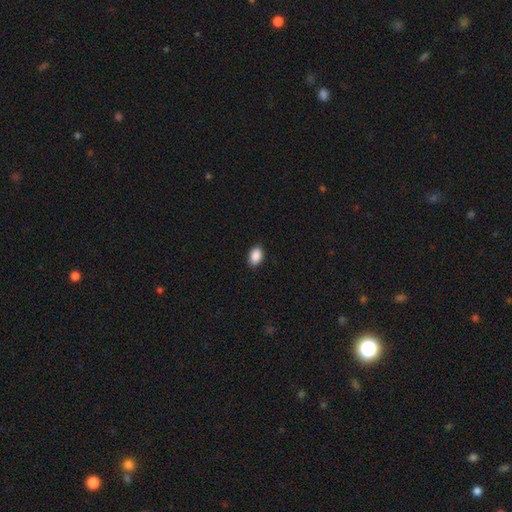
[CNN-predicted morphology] Smooth or featured? Predicted: smooth (p=0.90). How rounded? Predicted: in between (p=0.91). Merging? Predicted: none (p=0.89).